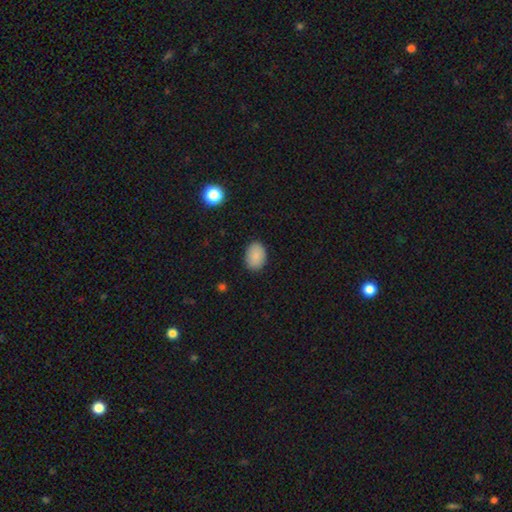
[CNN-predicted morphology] Smooth or featured: smooth — 88% (star or artifact — 8%)
How rounded: in between — 76% (round — 23%)
Merging: none — 87% (minor disturbance — 9%)